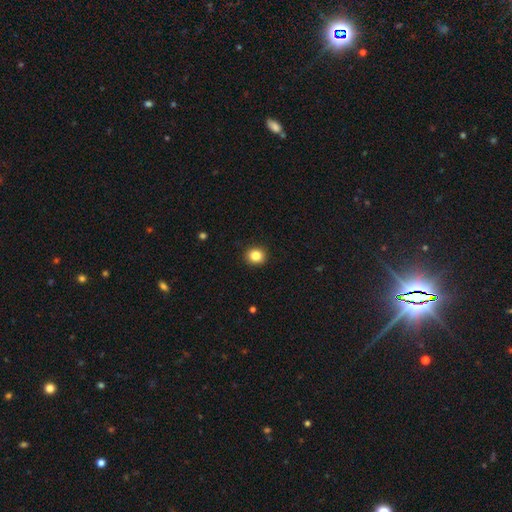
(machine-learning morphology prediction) A smooth galaxy with no disk features (85%) that is round (82%).

Vote fractions:
- Smooth or featured? smooth: 85% / star or artifact: 10% / featured or disk: 5%
- How rounded? round: 82% / in between: 17% / cigar-shaped: 1%
- Merging? none: 91% / minor disturbance: 6% / major disturbance: 2% / merger: 1%